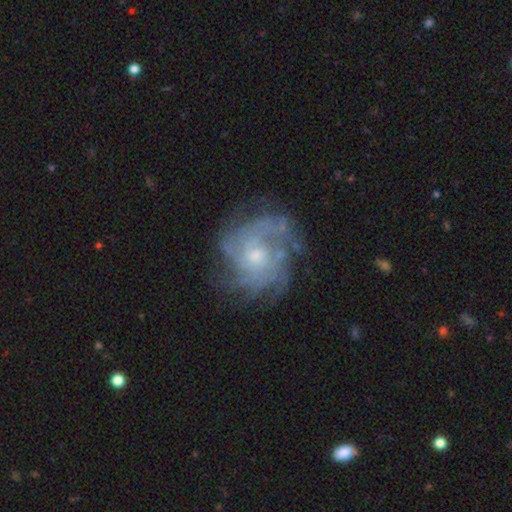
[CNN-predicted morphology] Overall: featured or disk (81%). Edge-on disk: no (98%). Bar: no (76%). Spiral arms: yes (90%). Spiral arm count: can't tell (38%; 4 22%). Spiral winding: tight (50%; medium 37%). Bulge size: small (51%; moderate 42%). Merging: none (69%).